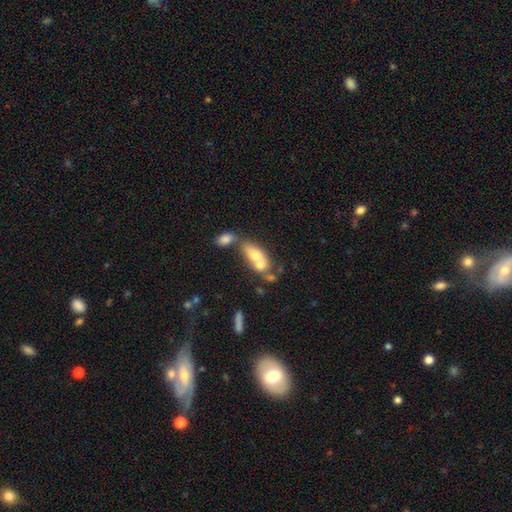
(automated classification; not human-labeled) Overall: smooth (66%). How rounded: in between (78%). Merging: merger (59%; none 24%).